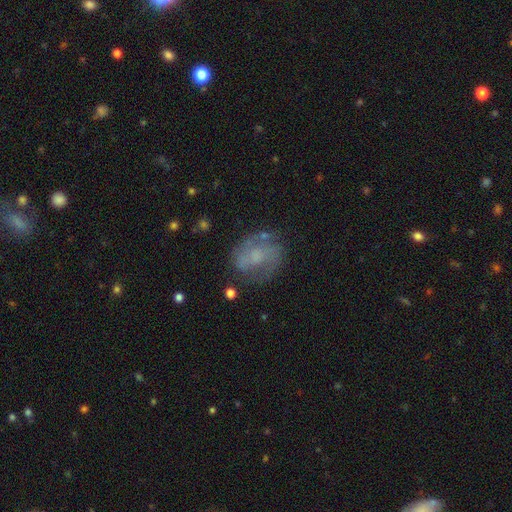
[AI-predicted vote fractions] A featured or disk galaxy (65%) with no bar (57%), 2 (72%) medium (47%) spiral arms (81%) and no central bulge (32%, tied with small).

Vote fractions:
- Smooth or featured? featured or disk: 65% / smooth: 25% / star or artifact: 10%
- Edge-on disk? no: 97% / yes: 3%
- Bar? no: 57% / weak: 35% / strong: 8%
- Spiral arms? yes: 81% / no: 19%
- Spiral winding? medium: 47% / tight: 30% / loose: 23%
- Spiral arm count? 2: 72% / can't tell: 16% / 1: 4% / 3: 4% / 4: 2% / more than 4: 2%
- Bulge size? none: 32% (tied) / small: 32% (tied) / moderate: 28% / large: 7% / dominant: 2%
- Merging? none: 67% / minor disturbance: 19% / major disturbance: 11% / merger: 3%